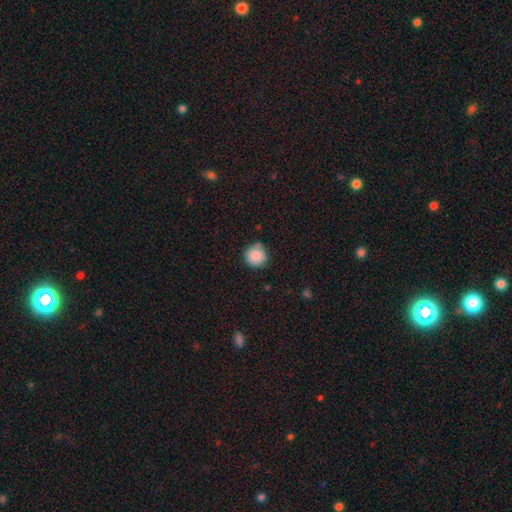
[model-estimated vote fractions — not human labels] Overall: smooth (87%). How rounded: round (94%). Merging: none (77%).